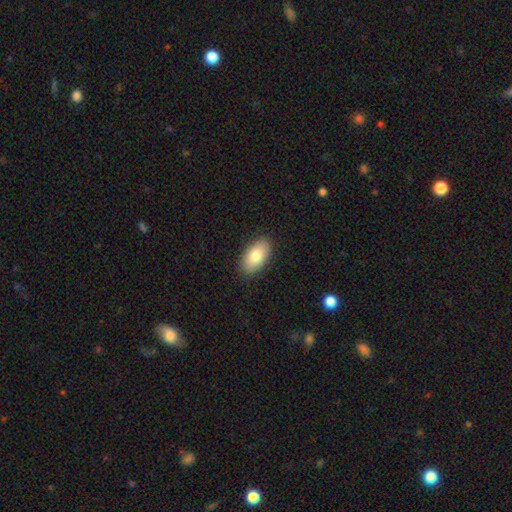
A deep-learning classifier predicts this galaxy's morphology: Smooth or featured?
  - smooth: 81% *
  - featured or disk: 13%
  - star or artifact: 6%
How rounded?
  - in between: 94% *
  - round: 3%
  - cigar-shaped: 2%
Merging?
  - none: 89% *
  - minor disturbance: 9%
  - major disturbance: 2%
  - merger: 1%